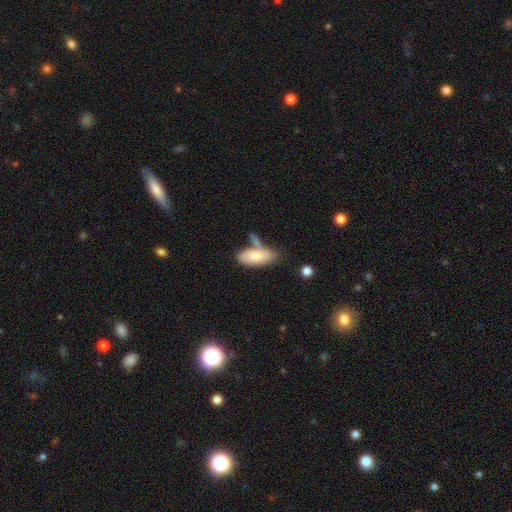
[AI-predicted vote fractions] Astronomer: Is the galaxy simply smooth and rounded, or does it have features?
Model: smooth — 79%.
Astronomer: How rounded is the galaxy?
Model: in between — 86%.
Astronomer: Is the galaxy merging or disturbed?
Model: none — 47% (runner-up: merger, 27%).